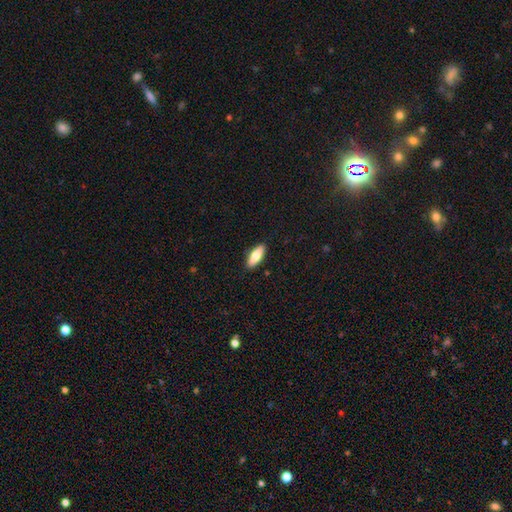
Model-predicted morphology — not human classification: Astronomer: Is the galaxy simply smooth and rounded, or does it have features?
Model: smooth — 74%.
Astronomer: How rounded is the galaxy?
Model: in between — 67%.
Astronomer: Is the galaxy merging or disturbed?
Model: none — 89%.